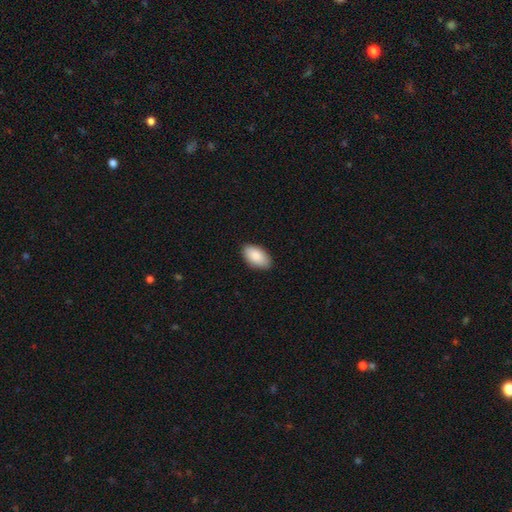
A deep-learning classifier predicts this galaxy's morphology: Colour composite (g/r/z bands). It shows a smooth galaxy with no disk features (88%) that is in between round and cigar-shaped (95%). Merging: none (88%).